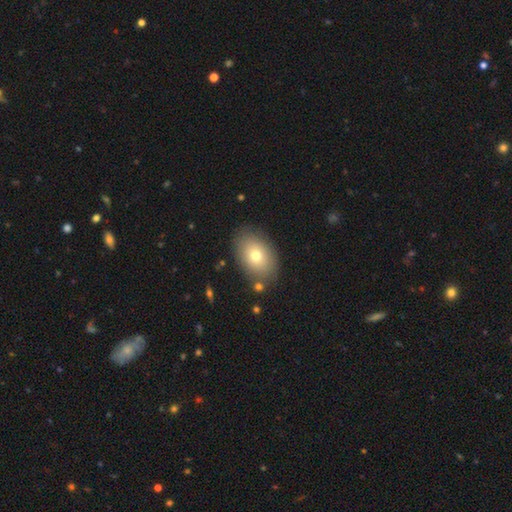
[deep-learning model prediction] Morphology: type=smooth (74%); roundness=in between (84%); merging=none (83%).